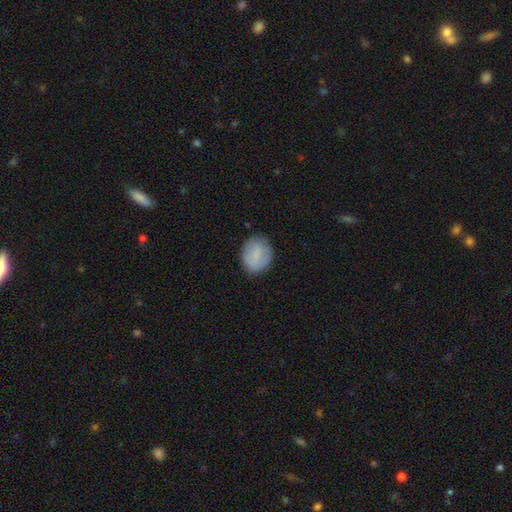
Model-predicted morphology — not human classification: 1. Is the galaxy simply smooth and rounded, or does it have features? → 78% smooth, 16% featured or disk, 7% star or artifact.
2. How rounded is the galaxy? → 55% round, 44% in between, 1% cigar-shaped.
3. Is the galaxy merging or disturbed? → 81% none, 14% minor disturbance, 4% major disturbance, 1% merger.